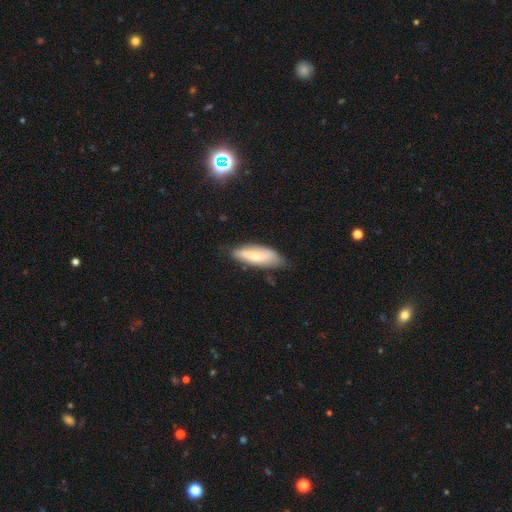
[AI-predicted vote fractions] smooth 59%, featured or disk 34%, star or artifact 7%. Down the decision tree: how rounded — in between (65%); merging — none (66%).